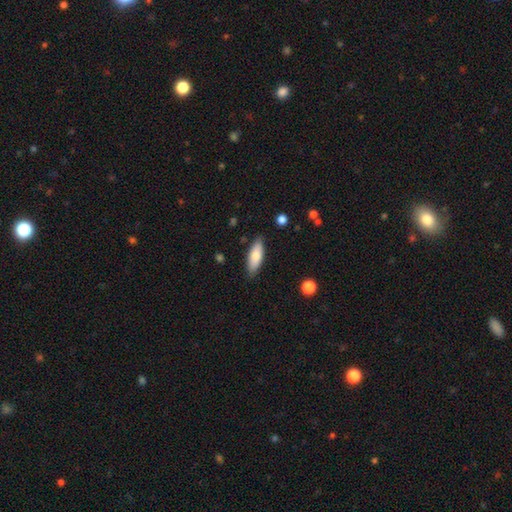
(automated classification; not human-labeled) Smooth or featured: smooth — 77% (featured or disk — 17%)
How rounded: in between — 66% (cigar-shaped — 32%)
Merging: none — 84% (minor disturbance — 13%)